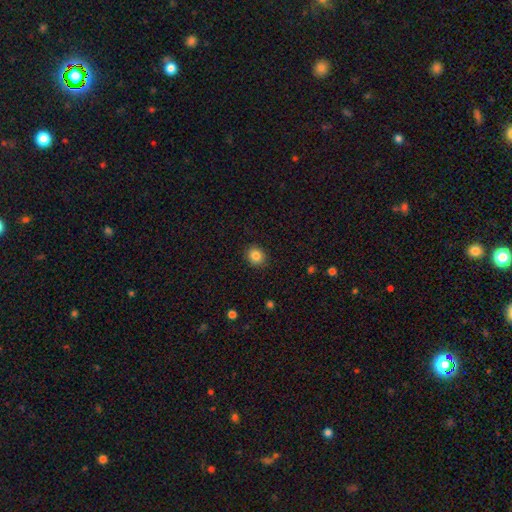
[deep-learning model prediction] Q: Smooth or featured?
A: smooth (85%); runner-up: star or artifact (10%)
Q: How rounded?
A: round (71%); runner-up: in between (28%)
Q: Merging?
A: none (89%); runner-up: minor disturbance (8%)